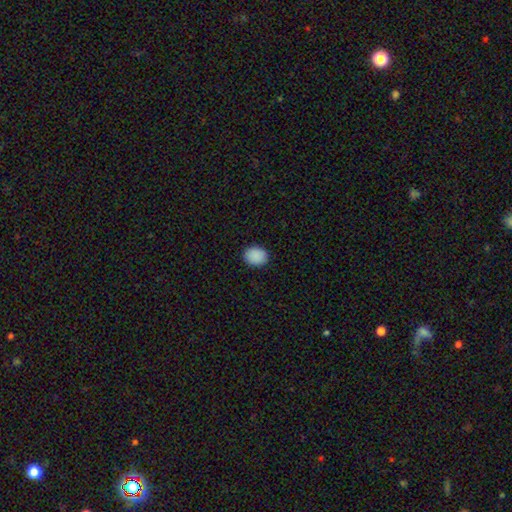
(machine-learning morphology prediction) type=smooth (89%); roundness=round (55%); merging=none (90%).